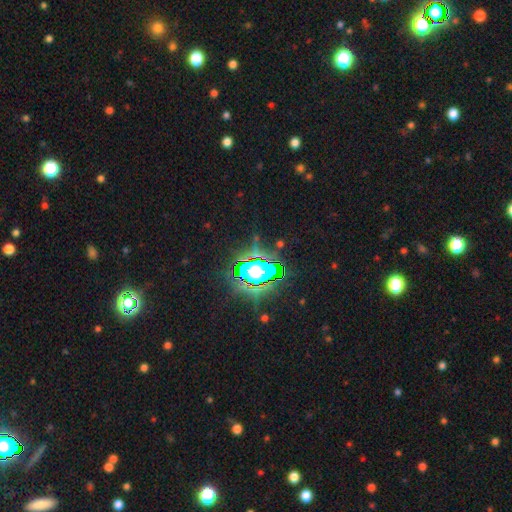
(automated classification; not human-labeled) Smooth or featured?
  - star or artifact: 81% *
  - smooth: 11%
  - featured or disk: 8%